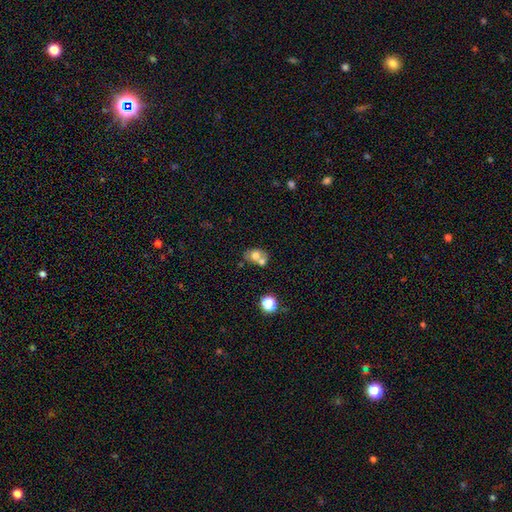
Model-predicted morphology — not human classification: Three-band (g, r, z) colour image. It shows a smooth galaxy with no disk features (64%) that is in between round and cigar-shaped (52%). Merging: merger (45%).